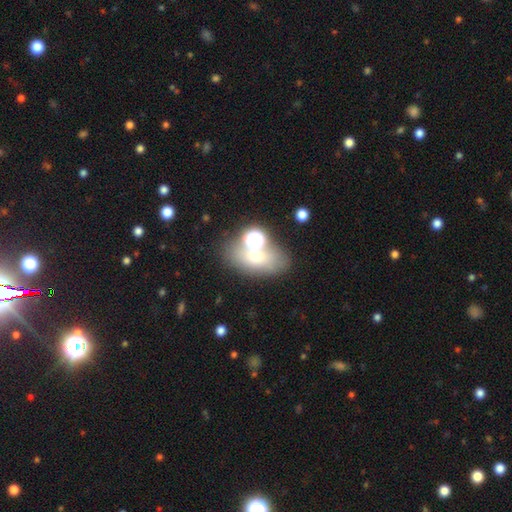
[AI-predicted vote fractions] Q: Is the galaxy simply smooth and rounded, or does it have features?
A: smooth — 55%.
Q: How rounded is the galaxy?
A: in between — 72%.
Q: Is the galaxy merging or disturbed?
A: none — 55%.